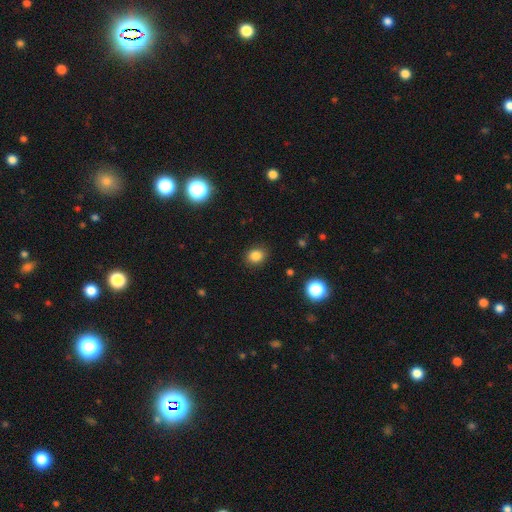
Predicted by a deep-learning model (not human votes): Morphology: type=smooth (83%); roundness=round (66%); merging=none (88%).